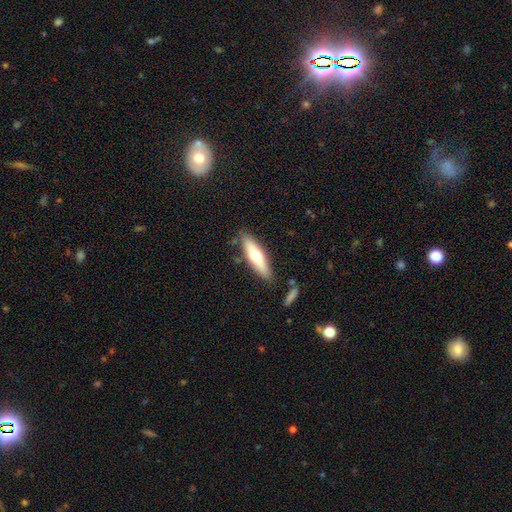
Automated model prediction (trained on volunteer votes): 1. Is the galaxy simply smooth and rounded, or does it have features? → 56% smooth, 38% featured or disk, 6% star or artifact.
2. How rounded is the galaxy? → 67% cigar-shaped, 31% in between, 2% round.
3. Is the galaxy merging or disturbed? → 81% none, 12% minor disturbance, 4% merger, 3% major disturbance.